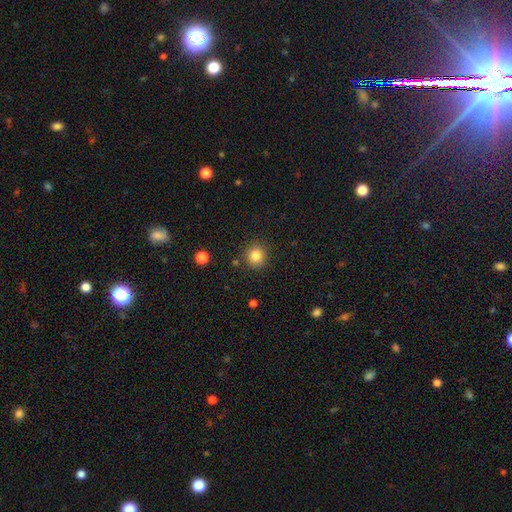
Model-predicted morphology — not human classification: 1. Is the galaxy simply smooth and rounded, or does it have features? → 83% smooth, 11% star or artifact, 5% featured or disk.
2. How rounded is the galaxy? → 92% round, 7% in between, 1% cigar-shaped.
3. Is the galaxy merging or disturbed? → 88% none, 7% minor disturbance, 3% merger, 3% major disturbance.